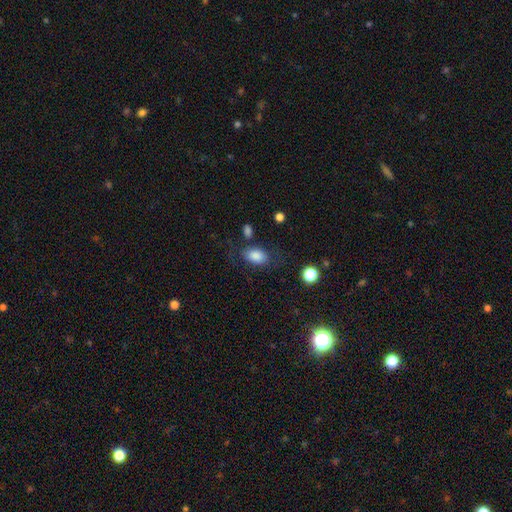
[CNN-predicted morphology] Q: Smooth or featured?
A: smooth (83%); runner-up: star or artifact (8%)
Q: How rounded?
A: in between (87%); runner-up: round (12%)
Q: Merging?
A: none (68%); runner-up: minor disturbance (17%)